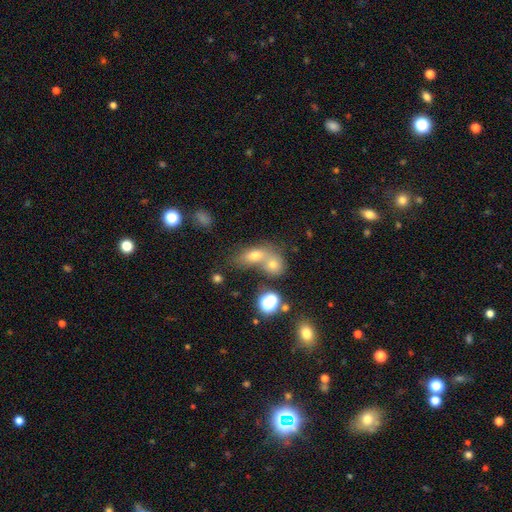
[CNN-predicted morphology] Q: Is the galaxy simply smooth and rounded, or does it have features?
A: smooth — 65%.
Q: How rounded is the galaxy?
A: in between — 62%.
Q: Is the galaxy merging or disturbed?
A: merger — 56%.